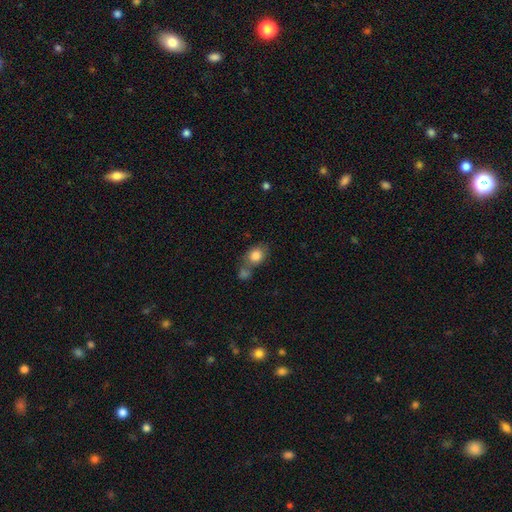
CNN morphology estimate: Smooth or featured: smooth — 82% (featured or disk — 9%)
How rounded: in between — 50% (round — 49%)
Merging: none — 42% (merger — 39%)